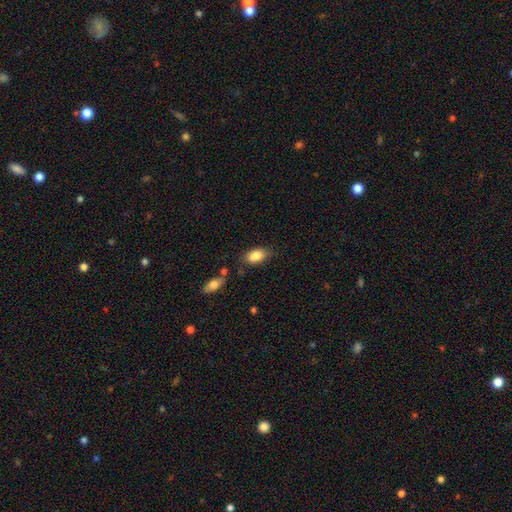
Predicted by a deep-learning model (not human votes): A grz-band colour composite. It shows a smooth galaxy with no disk features (86%) that is in between round and cigar-shaped (90%). Merging: none (69%).